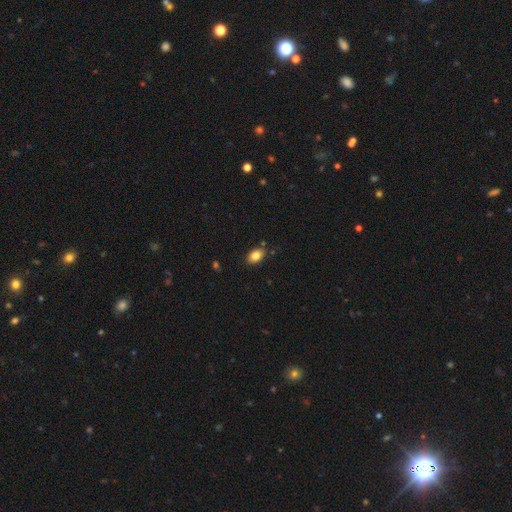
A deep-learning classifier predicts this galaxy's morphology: The model was most divided on "merging": none: 82%, minor disturbance: 12%, merger: 3%, major disturbance: 2%. More confident: how rounded — in between (87%); smooth or featured — smooth (84%).